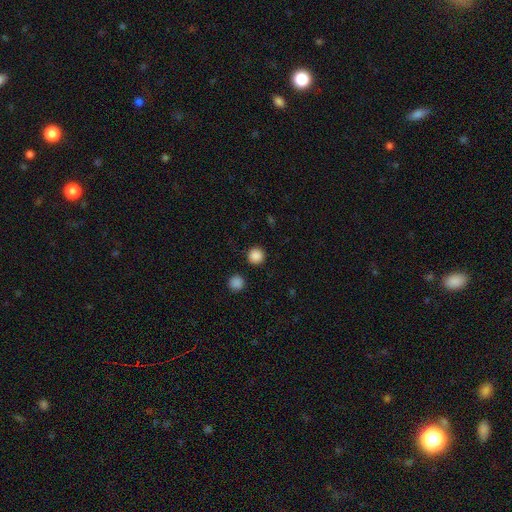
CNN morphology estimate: smooth-or-featured: smooth: 86% | star or artifact: 11% | featured or disk: 3%
  how-rounded: round: 96% | in between: 3% | cigar-shaped: 1%
  merging: none: 91% | minor disturbance: 5% | merger: 2% | major disturbance: 2%